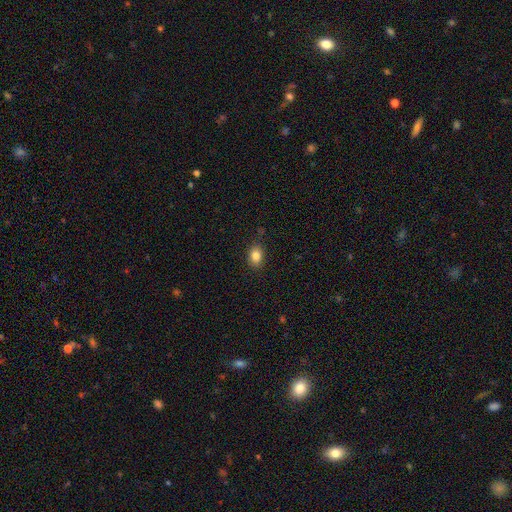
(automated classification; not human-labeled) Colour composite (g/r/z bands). It shows a smooth galaxy with no disk features (85%) that is in between round and cigar-shaped (73%). Merging: none (83%).